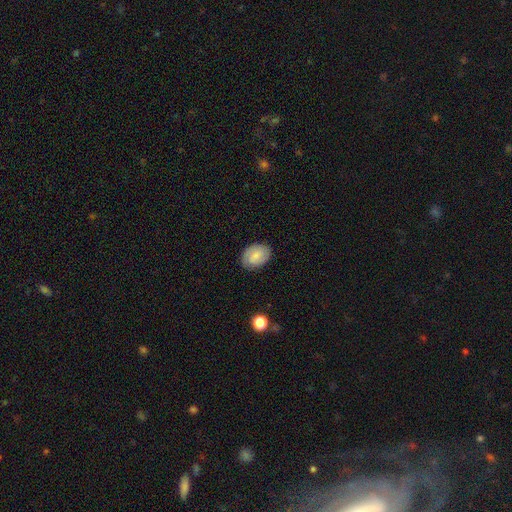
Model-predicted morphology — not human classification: This is likely a smooth galaxy (69%). How rounded: likely in between (75%). Merging: clearly none (81%).